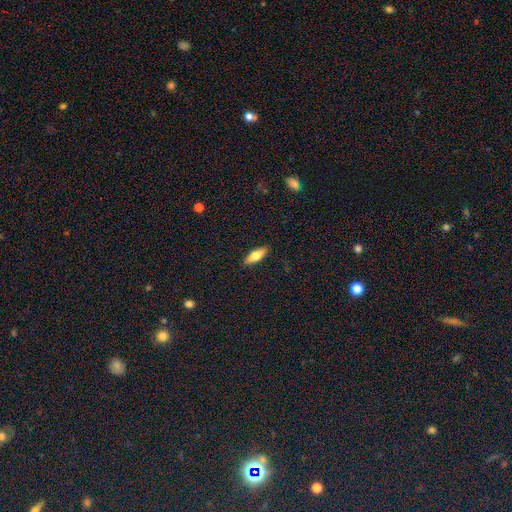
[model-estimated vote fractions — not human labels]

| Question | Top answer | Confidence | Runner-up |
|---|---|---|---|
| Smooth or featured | smooth | 62% | featured or disk (32%) |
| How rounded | in between | 52% | cigar-shaped (46%) |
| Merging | none | 90% | minor disturbance (7%) |